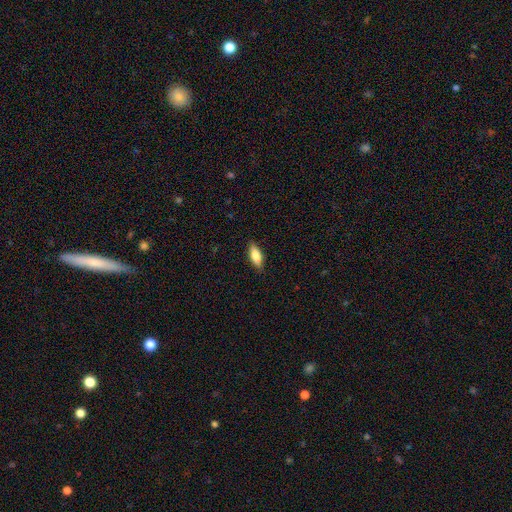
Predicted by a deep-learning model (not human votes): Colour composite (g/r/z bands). It shows a smooth galaxy with no disk features (77%) that is in between round and cigar-shaped (69%). Merging: none (85%).